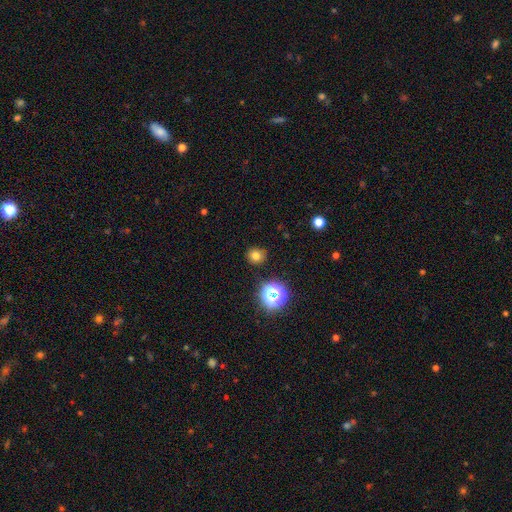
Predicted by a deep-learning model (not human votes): Smooth or featured? smooth (74%)
How rounded? round (83%)
Merging? none (87%)